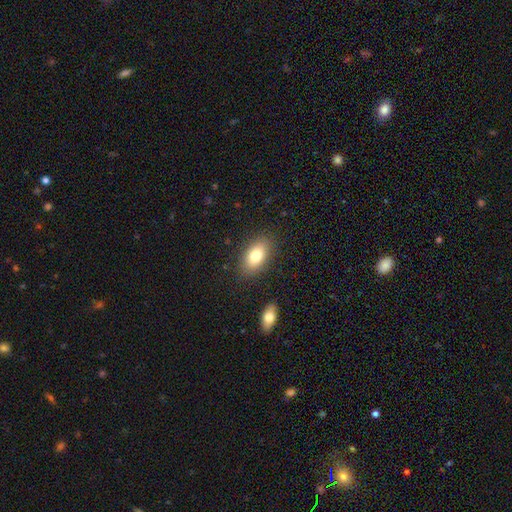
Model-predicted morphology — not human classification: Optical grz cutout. It shows a smooth galaxy with no disk features (79%) that is in between round and cigar-shaped (90%). Merging: none (84%).